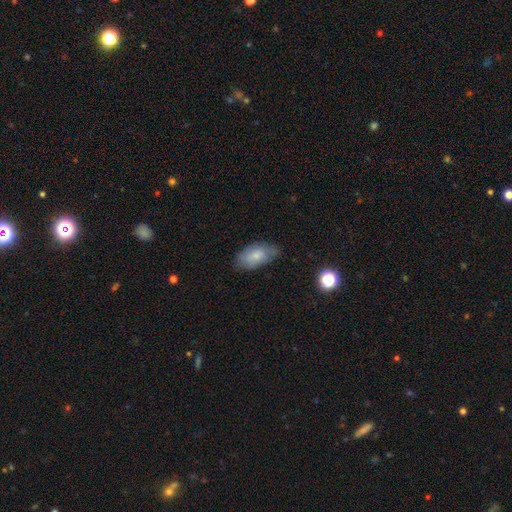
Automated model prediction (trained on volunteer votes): Q: Smooth or featured?
A: smooth (72%); runner-up: featured or disk (21%)
Q: How rounded?
A: in between (93%); runner-up: round (4%)
Q: Merging?
A: none (66%); runner-up: minor disturbance (26%)